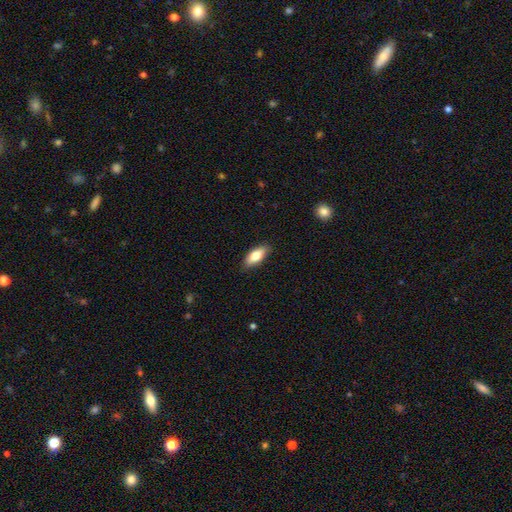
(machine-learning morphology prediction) Smooth or featured: smooth — 76% (featured or disk — 18%)
How rounded: in between — 79% (cigar-shaped — 18%)
Merging: none — 87% (minor disturbance — 10%)